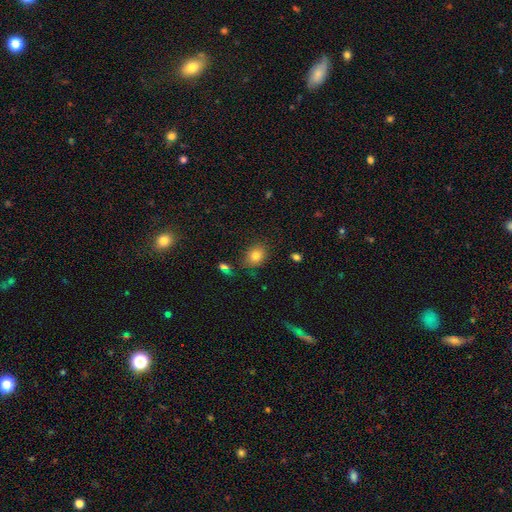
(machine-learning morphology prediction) smooth-or-featured: smooth: 82% | star or artifact: 11% | featured or disk: 8%
  how-rounded: in between: 51% | round: 48% | cigar-shaped: 1%
  merging: none: 82% | minor disturbance: 12% | major disturbance: 3% | merger: 3%